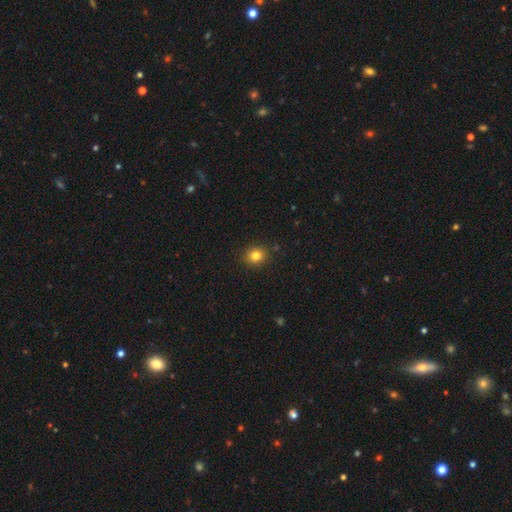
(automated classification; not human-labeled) smooth_or_featured: smooth (p=0.81) [alt: star or artifact p=0.12]
how_rounded: round (p=0.77) [alt: in between p=0.22]
merging: none (p=0.89) [alt: minor disturbance p=0.08]